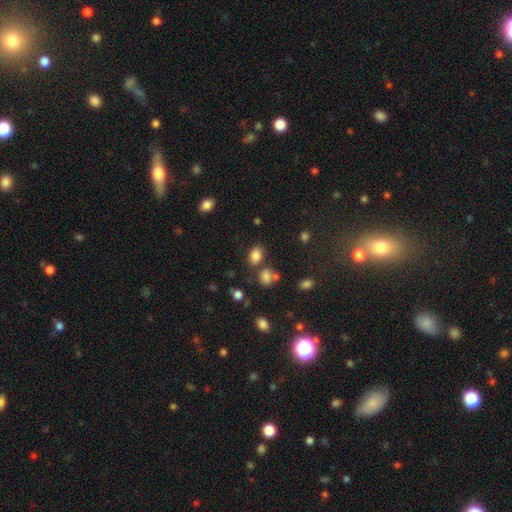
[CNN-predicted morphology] smooth_or_featured: smooth (p=0.82) [alt: star or artifact p=0.12]
how_rounded: in between (p=0.73) [alt: round p=0.25]
merging: none (p=0.70) [alt: minor disturbance p=0.13]